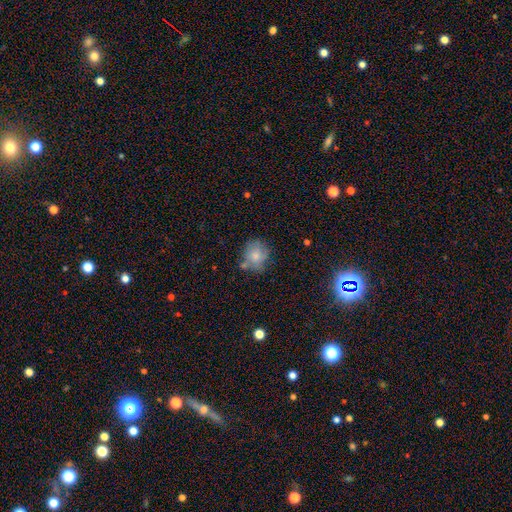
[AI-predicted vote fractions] This is likely a smooth galaxy (69%). How rounded: likely round (74%). Merging: likely none (60%).